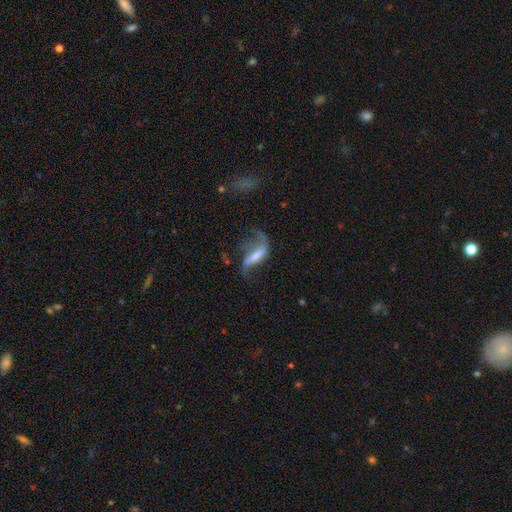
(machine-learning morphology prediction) Smooth or featured?
  - featured or disk: 68% *
  - smooth: 22%
  - star or artifact: 9%
Edge-on disk?
  - no: 85% *
  - yes: 15%
Bar?
  - strong: 50% *
  - weak: 31%
  - no: 20%
Spiral arms?
  - yes: 81% *
  - no: 19%
Bulge size?
  - small: 32% *
  - none: 30%
  - moderate: 27%
  - large: 8%
  - dominant: 2%
Merging?
  - major disturbance: 39% *
  - none: 36%
  - minor disturbance: 19%
  - merger: 5%